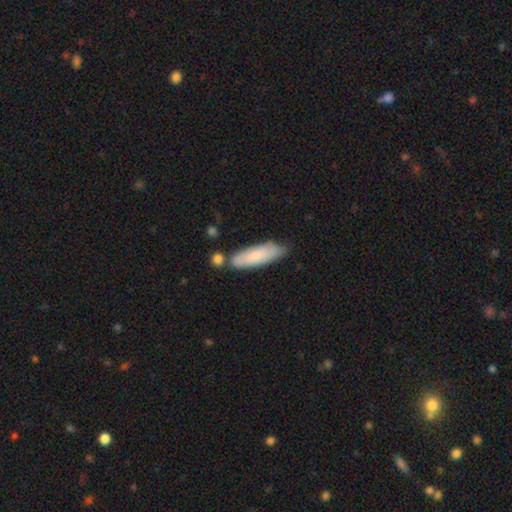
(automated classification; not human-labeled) smooth_or_featured: smooth (p=0.74) [alt: featured or disk p=0.20]
how_rounded: cigar-shaped (p=0.54) [alt: in between p=0.45]
merging: none (p=0.67) [alt: minor disturbance p=0.17]